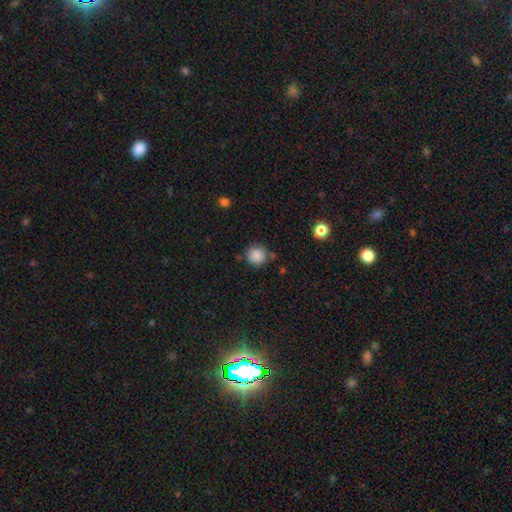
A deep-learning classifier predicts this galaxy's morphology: type=smooth (87%); roundness=round (93%); merging=none (79%).